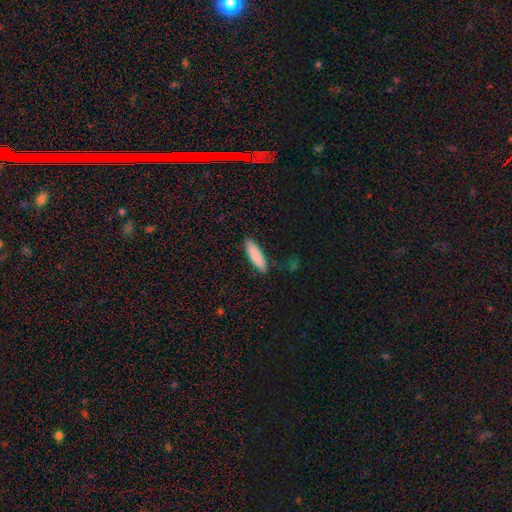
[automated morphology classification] This is clearly a smooth galaxy (85%). How rounded: likely cigar-shaped (61%). Merging: clearly none (84%).